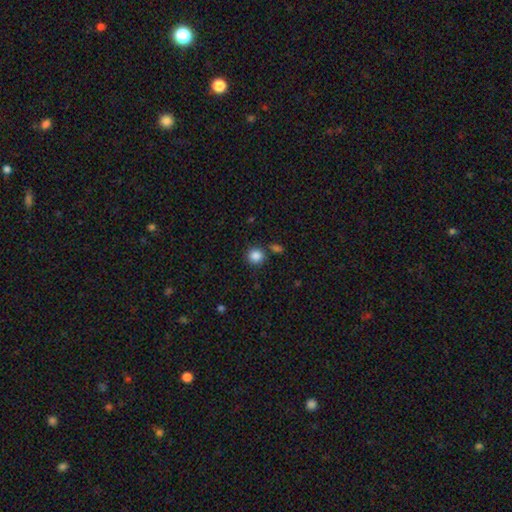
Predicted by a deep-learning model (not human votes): Smooth or featured? Predicted: smooth (p=0.86). How rounded? Predicted: round (p=0.87). Merging? Predicted: none (p=0.79).